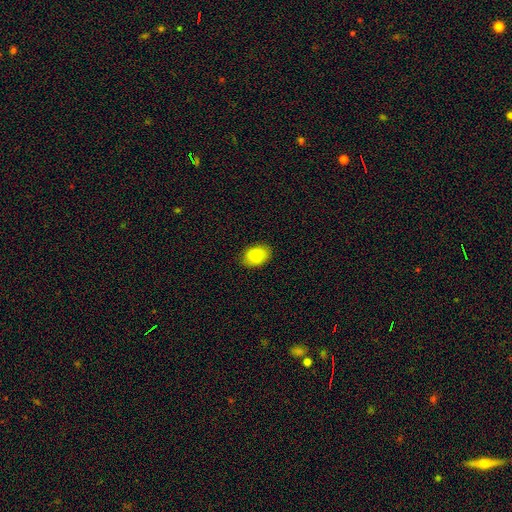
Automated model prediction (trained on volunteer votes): A smooth galaxy with no disk features (83%) that is in between round and cigar-shaped (82%).

Vote fractions:
- Smooth or featured? smooth: 83% / featured or disk: 9% / star or artifact: 8%
- How rounded? in between: 82% / round: 17% / cigar-shaped: 1%
- Merging? none: 82% / minor disturbance: 14% / major disturbance: 3% / merger: 2%